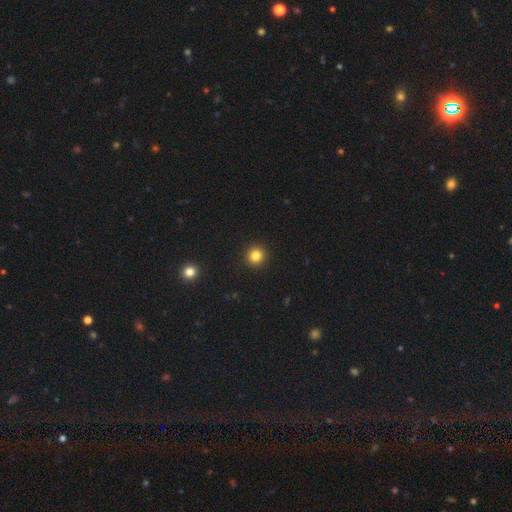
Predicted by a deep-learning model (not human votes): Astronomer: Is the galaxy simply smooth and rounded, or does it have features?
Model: smooth — 83%.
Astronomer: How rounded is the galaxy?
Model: round — 94%.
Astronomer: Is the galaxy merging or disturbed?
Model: none — 93%.